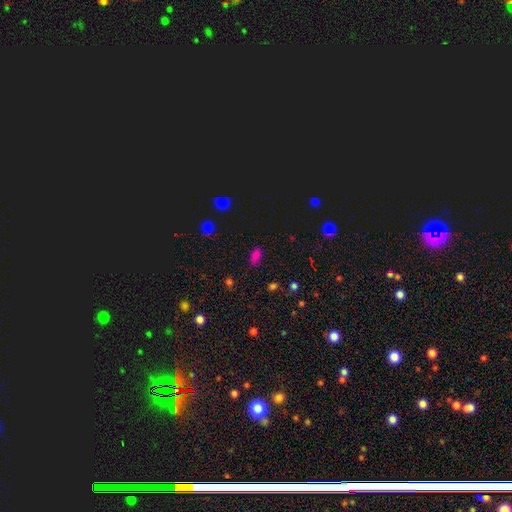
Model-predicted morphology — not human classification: Overall: smooth (73%). How rounded: in between (89%). Merging: none (80%).